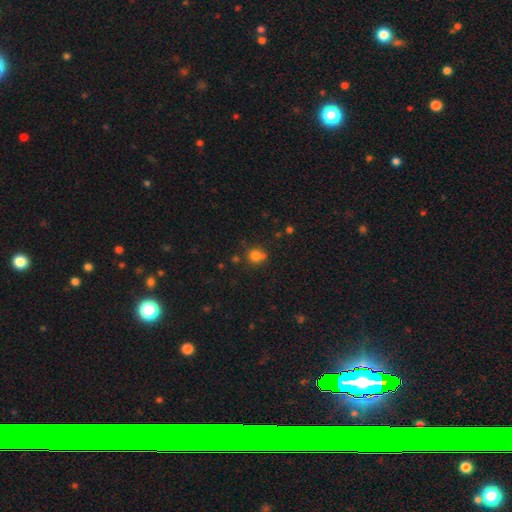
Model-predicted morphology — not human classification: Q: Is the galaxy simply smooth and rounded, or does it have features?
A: smooth — 78%.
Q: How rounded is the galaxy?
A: round — 81%.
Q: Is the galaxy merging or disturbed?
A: none — 59%.